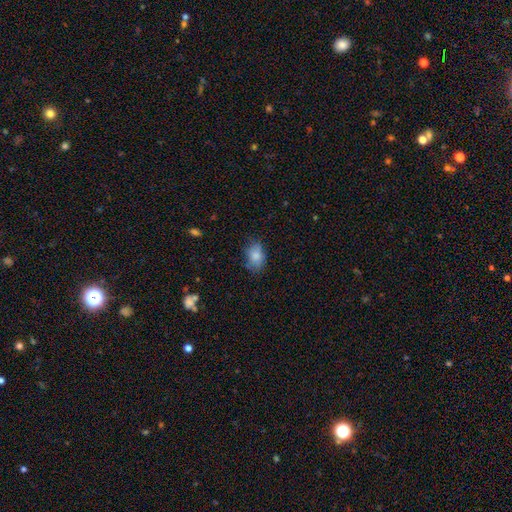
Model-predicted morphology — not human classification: Overall: smooth (81%). How rounded: in between (83%). Merging: none (70%).